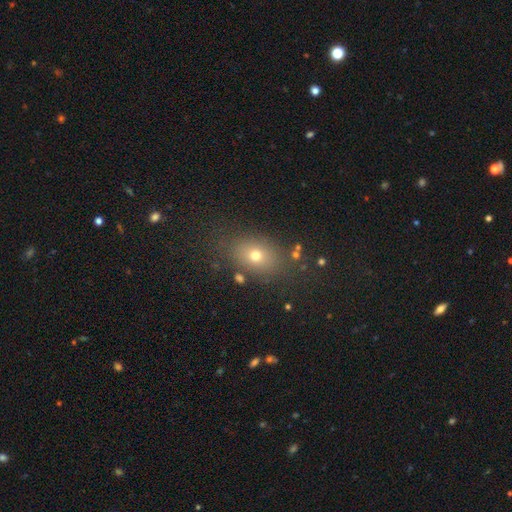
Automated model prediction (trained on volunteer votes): This is likely a smooth galaxy (69%). How rounded: likely in between (66%). Merging: likely none (79%).